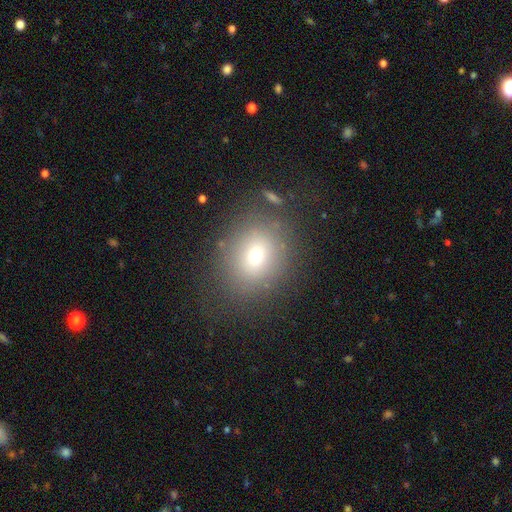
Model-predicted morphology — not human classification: type=smooth (67%); roundness=round (51%); merging=none (77%).